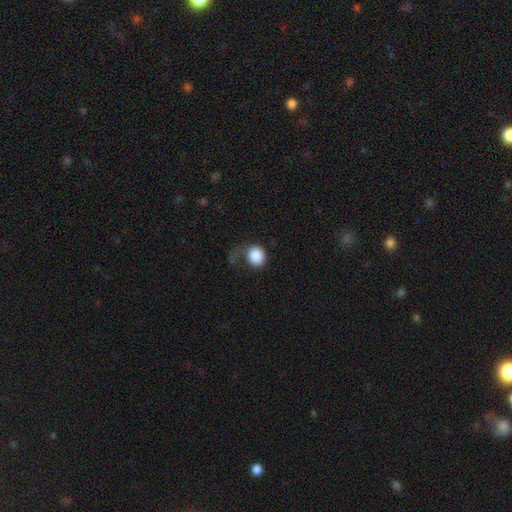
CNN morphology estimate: This is clearly a smooth galaxy (85%). How rounded: likely round (75%). Merging: marginally none (41%).